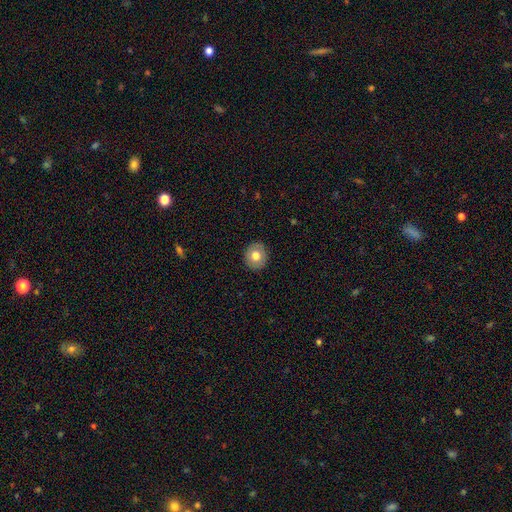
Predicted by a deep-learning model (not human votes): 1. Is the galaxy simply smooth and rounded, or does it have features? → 74% smooth, 18% featured or disk, 8% star or artifact.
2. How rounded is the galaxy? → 81% round, 18% in between, 1% cigar-shaped.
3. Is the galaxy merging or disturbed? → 90% none, 7% minor disturbance, 2% major disturbance, 1% merger.